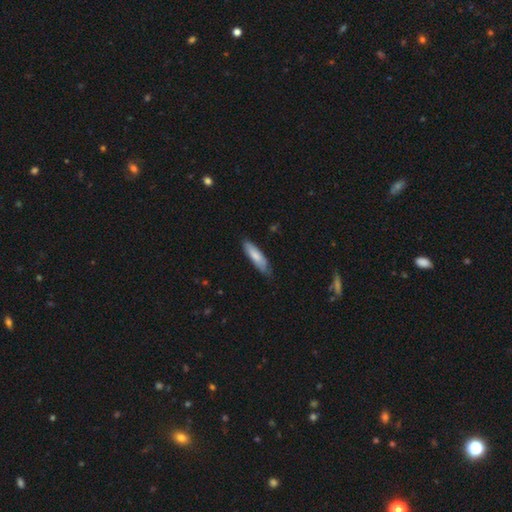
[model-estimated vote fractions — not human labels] Overall: smooth (76%). How rounded: cigar-shaped (62%; in between 36%). Merging: none (74%).